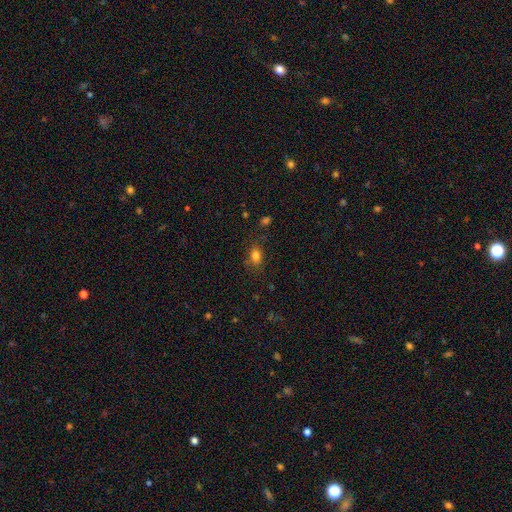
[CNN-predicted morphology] A smooth galaxy with no disk features (81%) that is in between round and cigar-shaped (76%). Merging: none (76%).